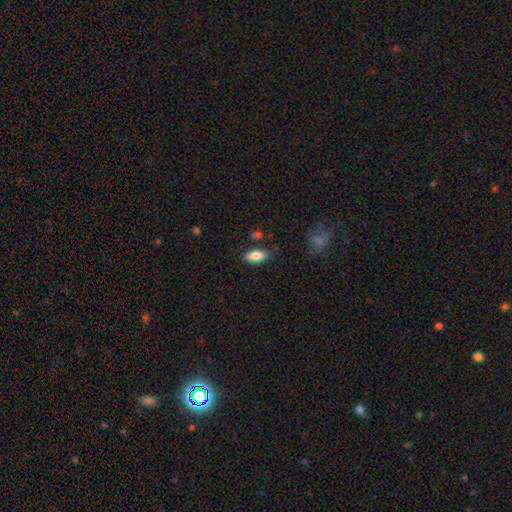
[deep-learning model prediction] Morphology: type=smooth (82%); roundness=in between (89%); merging=none (81%).